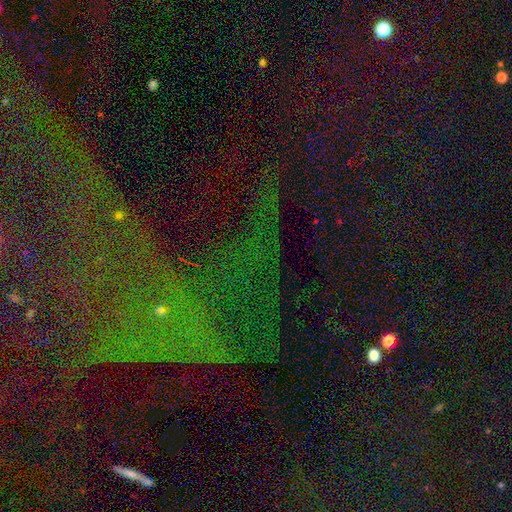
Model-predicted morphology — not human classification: star or artifact 80%, featured or disk 10%, smooth 10%.